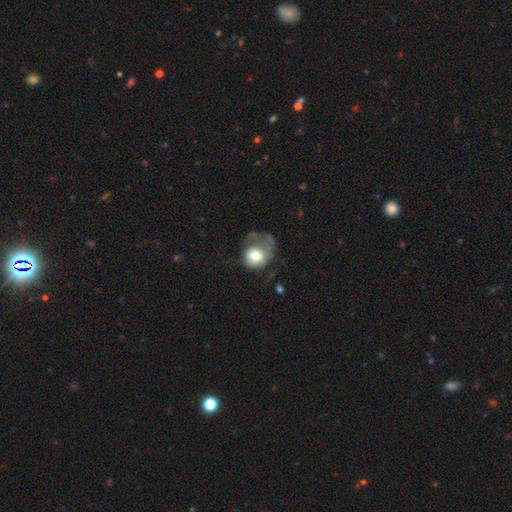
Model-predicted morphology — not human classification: This is likely a smooth galaxy (64%). How rounded: likely round (69%). Merging: possibly major disturbance (53%).